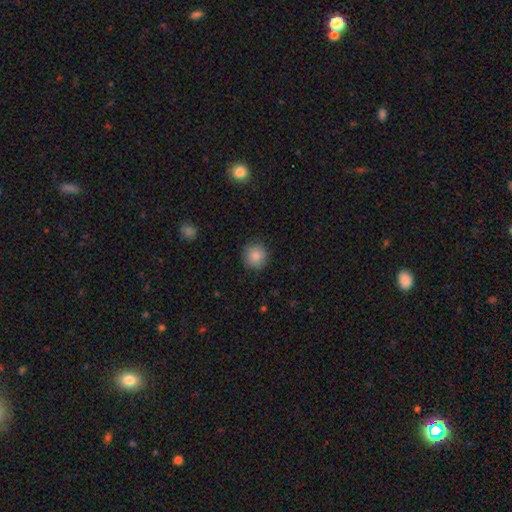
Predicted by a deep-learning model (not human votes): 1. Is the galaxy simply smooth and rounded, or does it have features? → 87% smooth, 9% star or artifact, 4% featured or disk.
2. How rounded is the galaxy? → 93% round, 6% in between, 1% cigar-shaped.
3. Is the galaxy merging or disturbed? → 90% none, 7% minor disturbance, 2% major disturbance, 1% merger.